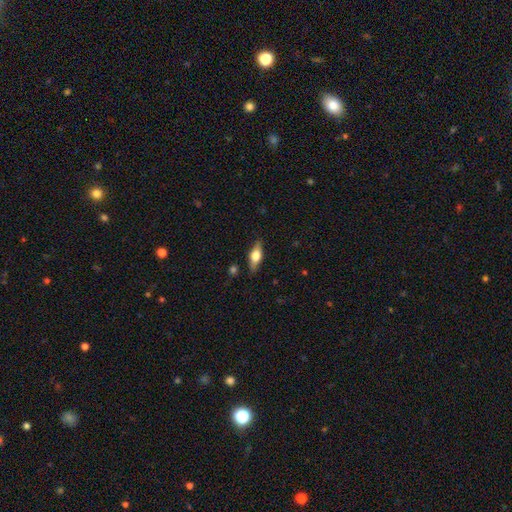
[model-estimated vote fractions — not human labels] smooth_or_featured: smooth (p=0.51) [alt: featured or disk p=0.42]
how_rounded: in between (p=0.67) [alt: cigar-shaped p=0.28]
merging: none (p=0.84) [alt: minor disturbance p=0.12]